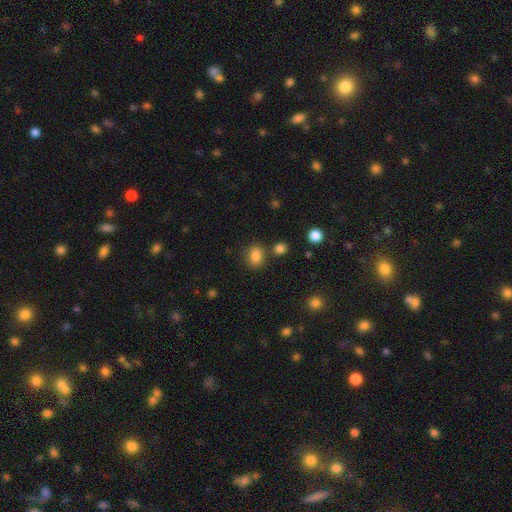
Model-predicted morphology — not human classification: This is clearly a smooth galaxy (84%). How rounded: likely in between (60%). Merging: likely none (75%).